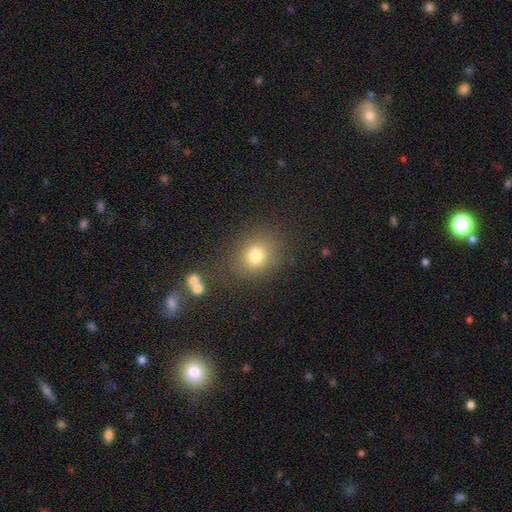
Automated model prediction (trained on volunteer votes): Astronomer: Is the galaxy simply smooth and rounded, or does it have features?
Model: smooth — 77%.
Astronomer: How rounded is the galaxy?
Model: round — 66%.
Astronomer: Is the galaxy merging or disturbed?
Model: none — 80%.